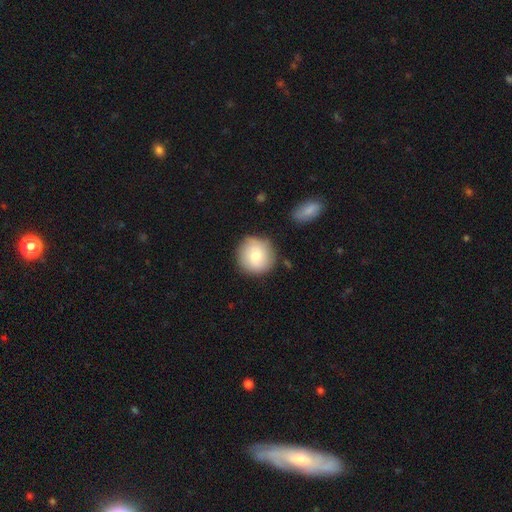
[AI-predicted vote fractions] Smooth or featured? Predicted: smooth (p=0.73). How rounded? Predicted: round (p=0.94). Merging? Predicted: none (p=0.83).